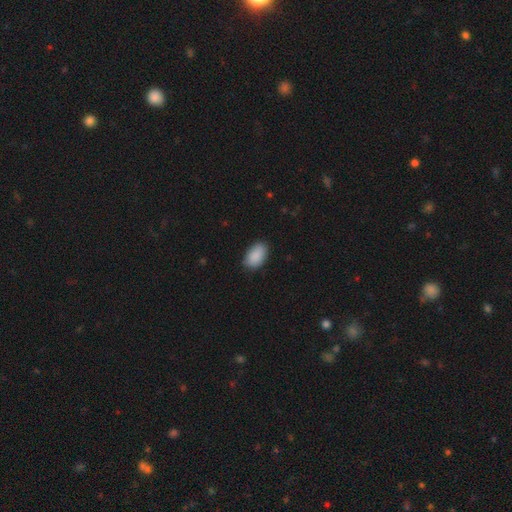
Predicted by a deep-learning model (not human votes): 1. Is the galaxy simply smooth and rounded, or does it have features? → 90% smooth, 6% star or artifact, 4% featured or disk.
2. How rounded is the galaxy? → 94% in between, 5% round, 2% cigar-shaped.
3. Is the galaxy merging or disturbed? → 84% none, 13% minor disturbance, 2% major disturbance, 1% merger.